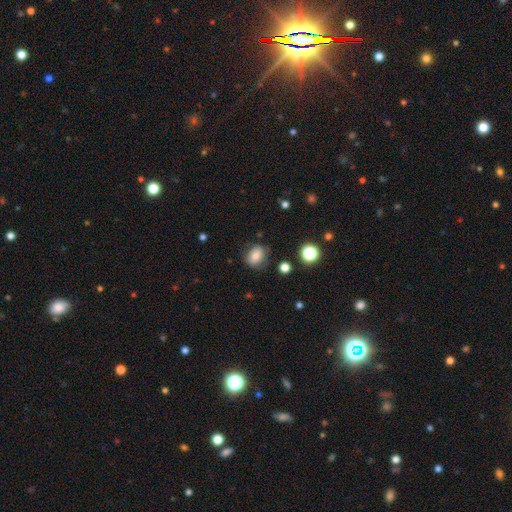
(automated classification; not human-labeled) A smooth galaxy with no disk features (75%) that is in between round and cigar-shaped (56%). Merging: none (75%).